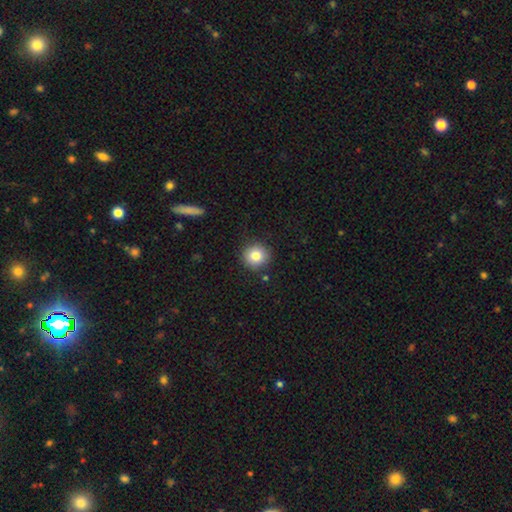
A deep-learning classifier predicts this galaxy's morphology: Q: Smooth or featured?
A: smooth (82%); runner-up: star or artifact (10%)
Q: How rounded?
A: round (93%); runner-up: in between (6%)
Q: Merging?
A: none (89%); runner-up: minor disturbance (7%)